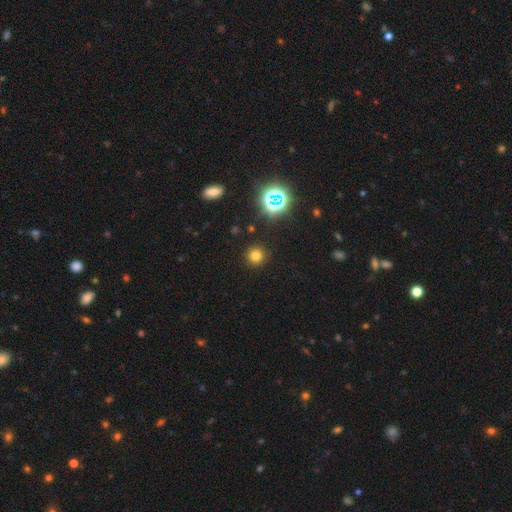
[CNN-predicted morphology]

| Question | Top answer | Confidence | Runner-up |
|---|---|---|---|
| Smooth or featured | smooth | 72% | star or artifact (21%) |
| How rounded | round | 95% | in between (4%) |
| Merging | none | 91% | minor disturbance (5%) |